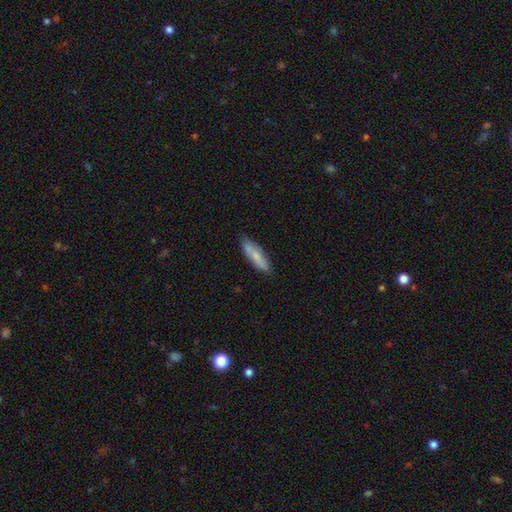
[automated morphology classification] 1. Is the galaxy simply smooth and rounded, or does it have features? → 69% smooth, 25% featured or disk, 6% star or artifact.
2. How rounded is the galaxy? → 62% cigar-shaped, 36% in between, 2% round.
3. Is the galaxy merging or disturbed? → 77% none, 17% minor disturbance, 3% major disturbance, 3% merger.